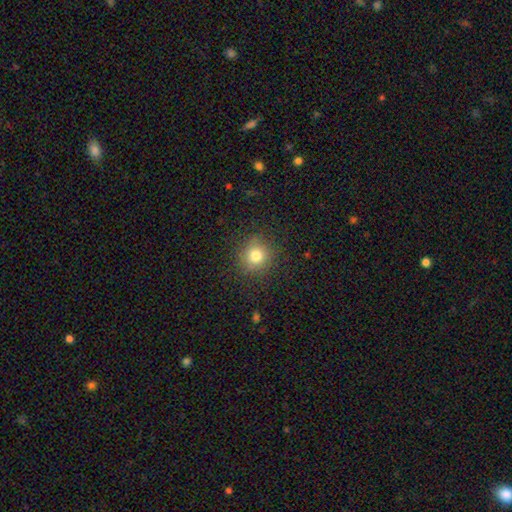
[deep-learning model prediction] Smooth or featured?
  - smooth: 78% *
  - star or artifact: 14%
  - featured or disk: 8%
How rounded?
  - round: 89% *
  - in between: 10%
  - cigar-shaped: 1%
Merging?
  - none: 86% *
  - minor disturbance: 9%
  - major disturbance: 4%
  - merger: 1%